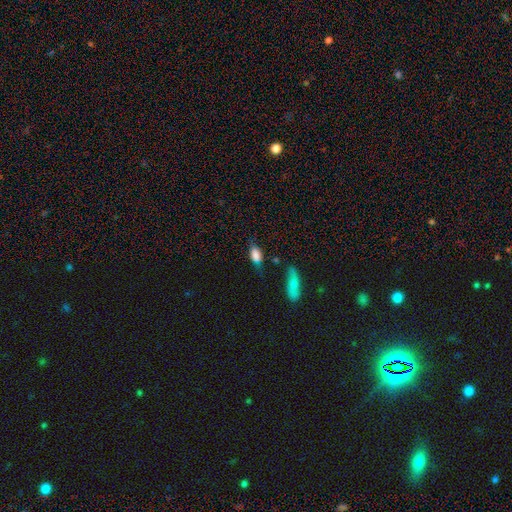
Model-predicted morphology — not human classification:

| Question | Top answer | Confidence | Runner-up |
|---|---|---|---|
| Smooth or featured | smooth | 80% | featured or disk (11%) |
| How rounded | in between | 85% | cigar-shaped (9%) |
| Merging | none | 55% | minor disturbance (26%) |